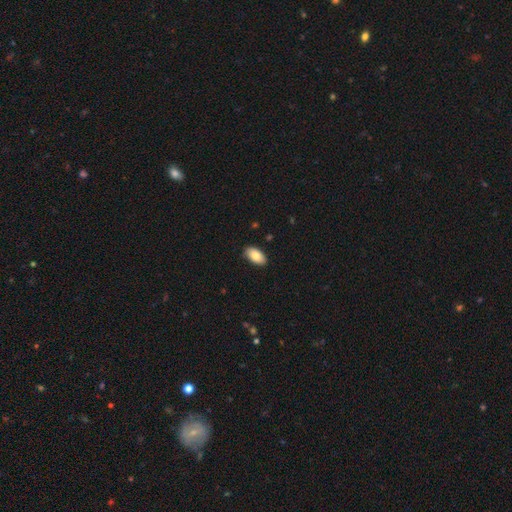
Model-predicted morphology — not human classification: A smooth galaxy with no disk features (85%) that is in between round and cigar-shaped (95%). Merging: none (87%).